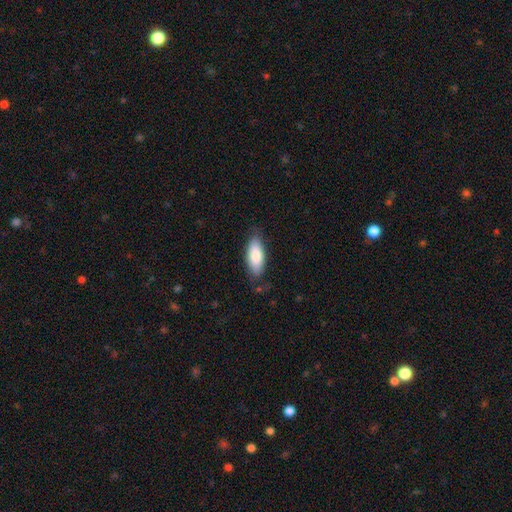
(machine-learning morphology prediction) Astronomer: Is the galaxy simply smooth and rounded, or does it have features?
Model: smooth — 82%.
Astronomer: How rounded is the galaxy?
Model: in between — 81%.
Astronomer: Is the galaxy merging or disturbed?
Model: none — 77%.